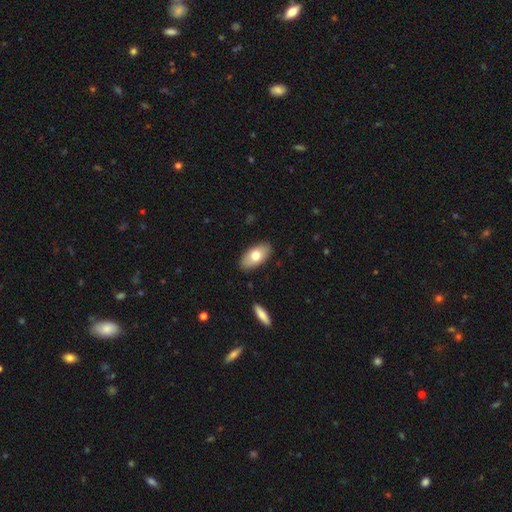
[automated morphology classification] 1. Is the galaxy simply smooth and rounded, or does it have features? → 71% smooth, 22% featured or disk, 6% star or artifact.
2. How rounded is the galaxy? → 93% in between, 4% cigar-shaped, 3% round.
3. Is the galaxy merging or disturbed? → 88% none, 9% minor disturbance, 2% major disturbance, 1% merger.